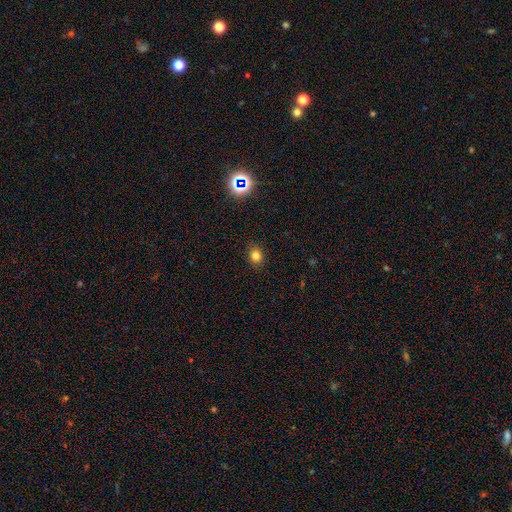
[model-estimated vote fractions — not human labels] Smooth or featured? Predicted: smooth (p=0.79). How rounded? Predicted: round (p=0.58). Merging? Predicted: none (p=0.86).